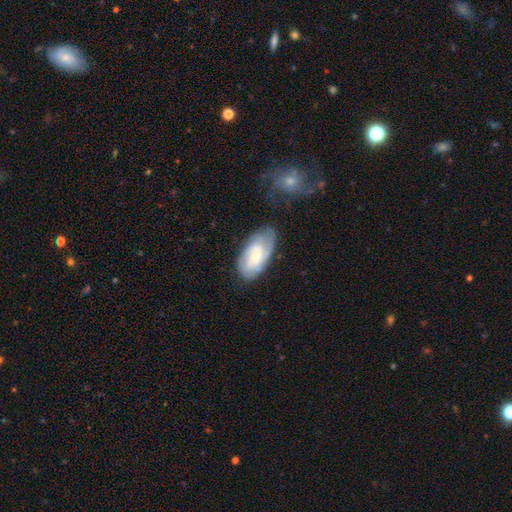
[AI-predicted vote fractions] Q: Smooth or featured?
A: featured or disk (63%); runner-up: smooth (31%)
Q: Edge-on disk?
A: no (95%); runner-up: yes (5%)
Q: Bar?
A: no (62%); runner-up: weak (32%)
Q: Spiral arms?
A: yes (89%); runner-up: no (11%)
Q: Spiral winding?
A: tight (48%); runner-up: medium (39%)
Q: Spiral arm count?
A: can't tell (36%); runner-up: 2 (30%)
Q: Bulge size?
A: small (62%); runner-up: moderate (29%)
Q: Merging?
A: none (65%); runner-up: minor disturbance (25%)